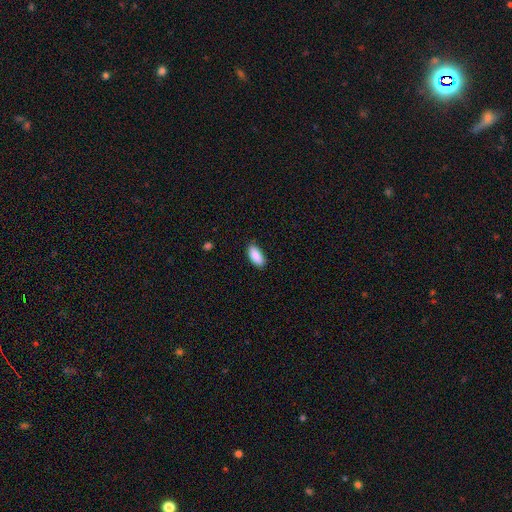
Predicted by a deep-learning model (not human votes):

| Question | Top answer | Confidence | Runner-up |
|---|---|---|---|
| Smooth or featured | smooth | 89% | star or artifact (6%) |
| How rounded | in between | 89% | cigar-shaped (9%) |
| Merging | none | 85% | minor disturbance (11%) |